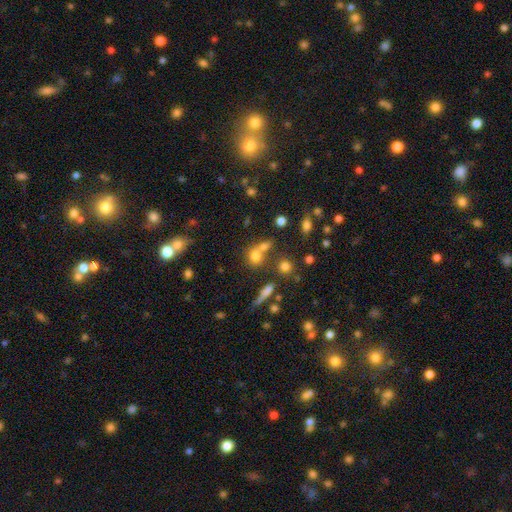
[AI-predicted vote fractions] This is likely a smooth galaxy (71%). How rounded: likely round (67%). Merging: marginally none (44%).